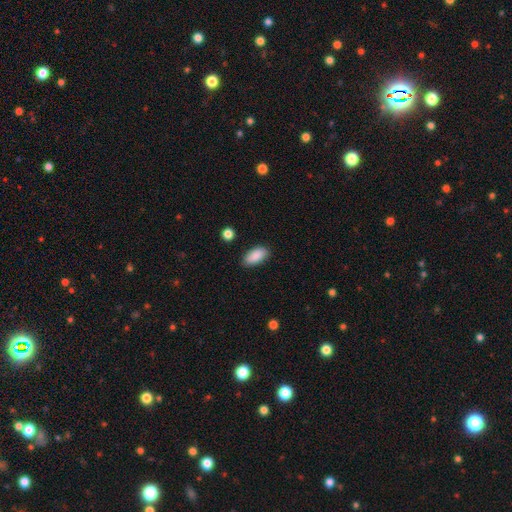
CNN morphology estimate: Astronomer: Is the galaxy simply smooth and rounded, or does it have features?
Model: smooth — 89%.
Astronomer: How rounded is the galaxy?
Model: in between — 92%.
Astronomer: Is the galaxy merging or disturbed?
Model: none — 85%.